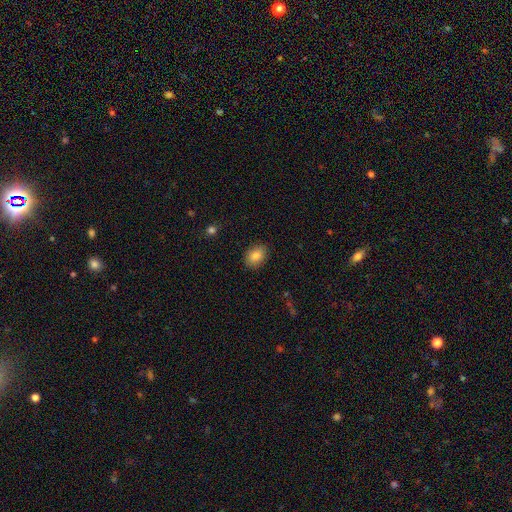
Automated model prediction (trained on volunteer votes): This appears to be a smooth galaxy with no disk features (85%) that is in between round and cigar-shaped (76%). Merging: none (86%).